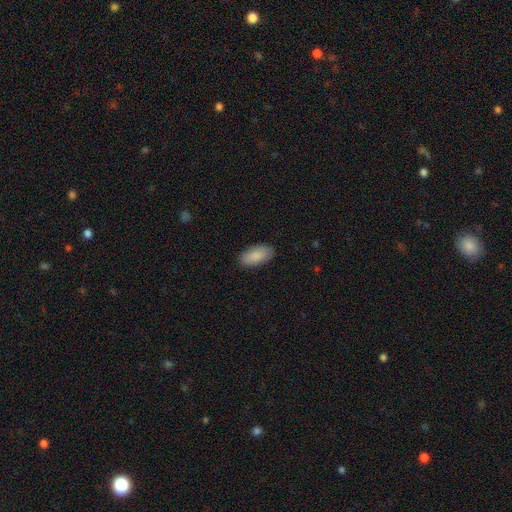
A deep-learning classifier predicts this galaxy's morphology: This is clearly a smooth galaxy (88%). How rounded: clearly in between (92%). Merging: clearly none (88%).